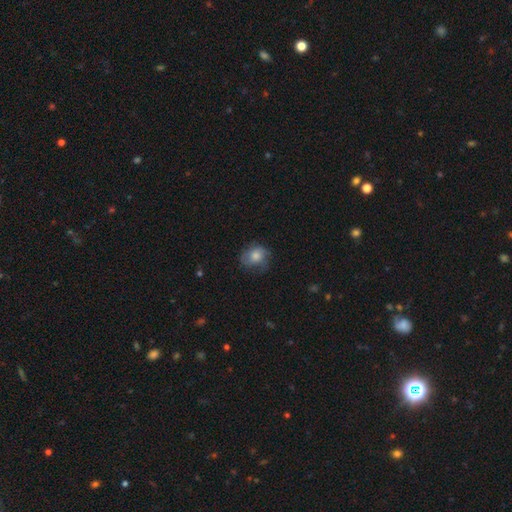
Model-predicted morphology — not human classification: Smooth or featured? Predicted: smooth (p=0.67). How rounded? Predicted: round (p=0.62). Merging? Predicted: none (p=0.61).